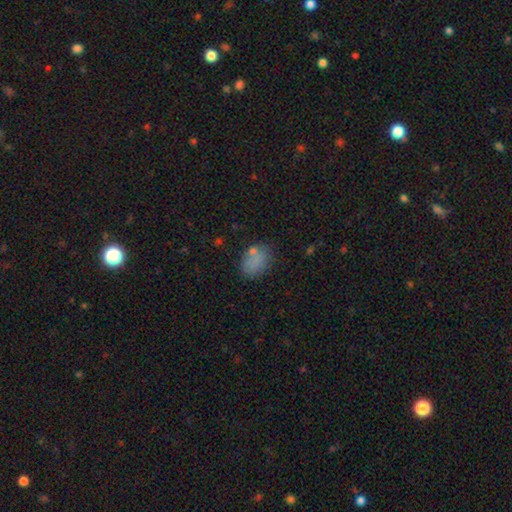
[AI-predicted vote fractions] A smooth galaxy with no disk features (77%) that is in between round and cigar-shaped (78%).

Vote fractions:
- Smooth or featured? smooth: 77% / star or artifact: 13% / featured or disk: 11%
- How rounded? in between: 78% / round: 20% / cigar-shaped: 2%
- Merging? none: 67% / minor disturbance: 18% / merger: 8% / major disturbance: 7%